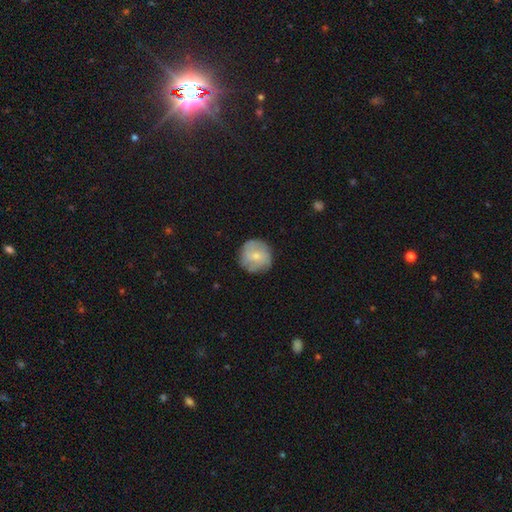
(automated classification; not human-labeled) smooth 54%, featured or disk 39%, star or artifact 7%. Down the decision tree: how rounded — round (93%); merging — none (81%).